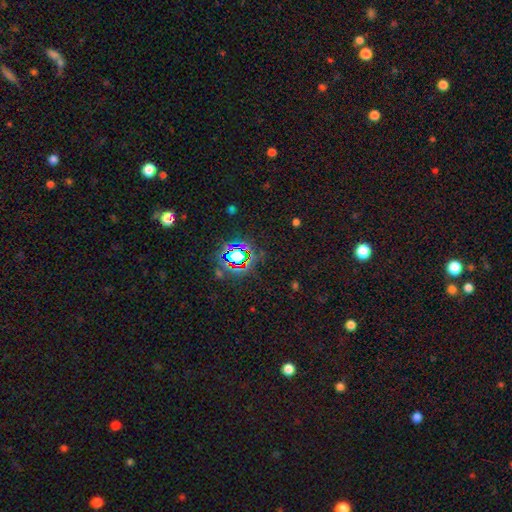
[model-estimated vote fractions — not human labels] A star or artifact, not a galaxy (79%).